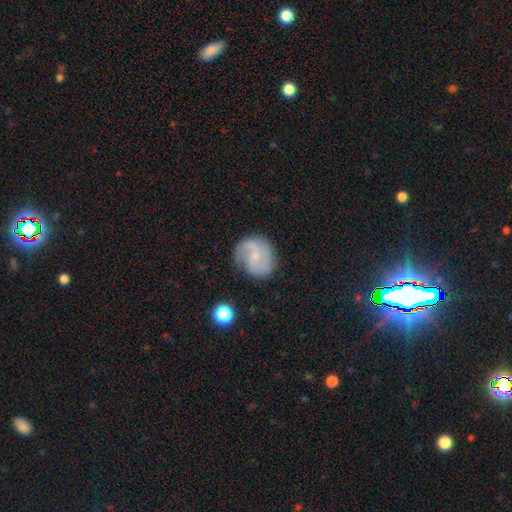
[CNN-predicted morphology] The model was most divided on "bar": no: 49%, weak: 43%, strong: 8%. Remaining: edge-on disk — no (98%); spiral arms — yes (93%); smooth or featured — featured or disk (71%); merging — none (71%); spiral arm count — 2 (69%); bulge size — small (67%); spiral winding — medium (46%).